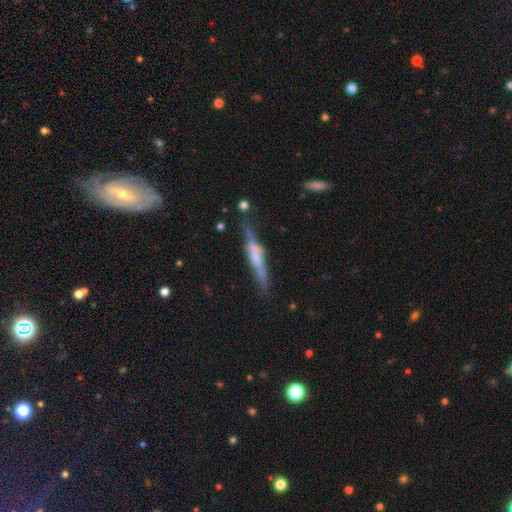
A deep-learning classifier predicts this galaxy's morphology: Smooth or featured?
  - featured or disk: 61% *
  - smooth: 31%
  - star or artifact: 8%
Edge-on disk?
  - yes: 87% *
  - no: 13%
Edge-on bulge?
  - rounded: 41% *
  - boxy: 37%
  - none: 22%
Merging?
  - none: 59% *
  - minor disturbance: 23%
  - major disturbance: 11%
  - merger: 7%